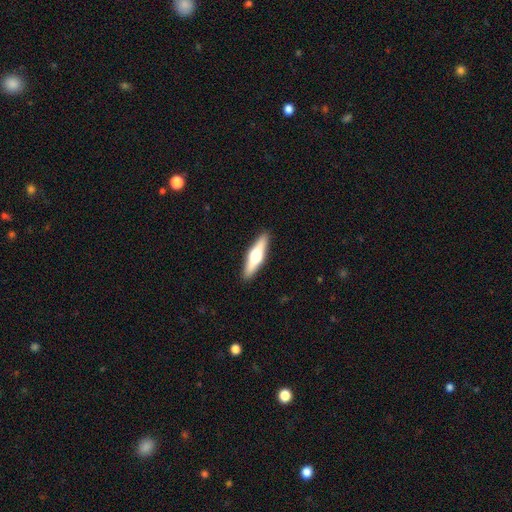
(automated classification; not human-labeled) Q: Smooth or featured?
A: featured or disk (53%); runner-up: smooth (42%)
Q: Edge-on disk?
A: yes (95%); runner-up: no (5%)
Q: Merging?
A: none (91%); runner-up: minor disturbance (7%)